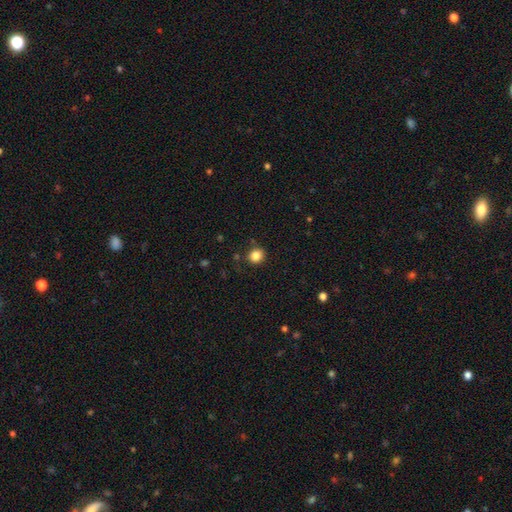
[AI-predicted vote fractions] Smooth or featured? Predicted: smooth (p=0.84). How rounded? Predicted: round (p=0.83). Merging? Predicted: none (p=0.84).